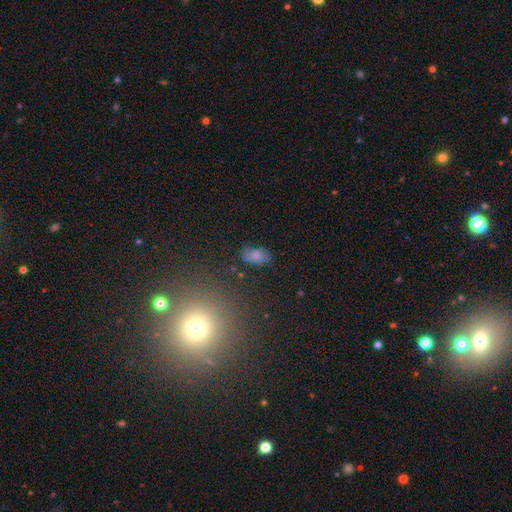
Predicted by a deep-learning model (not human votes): smooth 69%, featured or disk 18%, star or artifact 13%. Down the decision tree: how rounded — in between (89%); merging — none (60%).